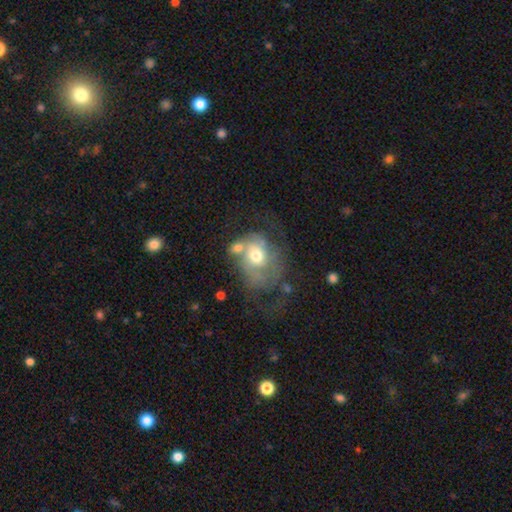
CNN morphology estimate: A featured or disk galaxy (48%). Merging: major disturbance (35%).